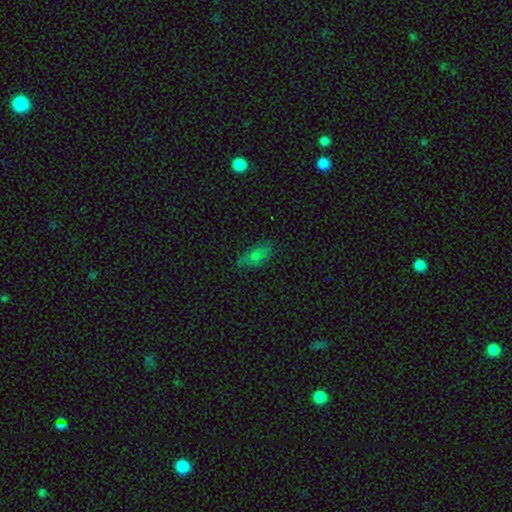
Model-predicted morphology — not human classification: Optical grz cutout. It shows a smooth galaxy with no disk features (69%) that is in between round and cigar-shaped (77%). Merging: none (71%).